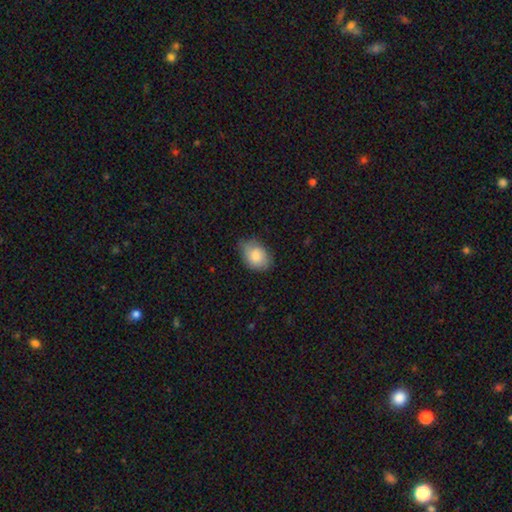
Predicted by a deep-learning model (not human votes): smooth_or_featured: smooth (p=0.82) [alt: featured or disk p=0.11]
how_rounded: in between (p=0.74) [alt: round p=0.25]
merging: none (p=0.59) [alt: minor disturbance p=0.33]